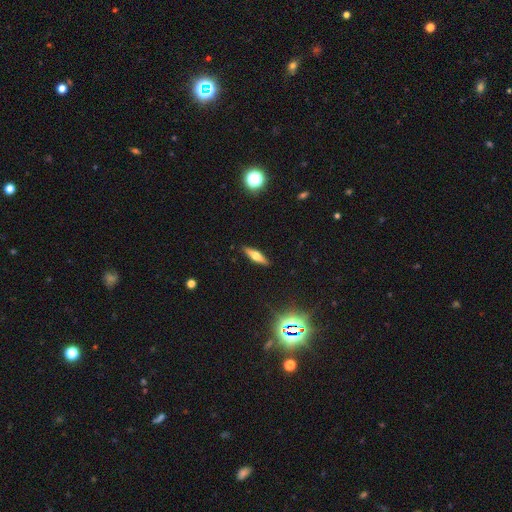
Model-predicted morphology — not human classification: smooth-or-featured: featured or disk: 51% | smooth: 39% | star or artifact: 10%
  disk-edge-on: yes: 93% | no: 7%
  merging: none: 90% | minor disturbance: 7% | major disturbance: 2% | merger: 1%